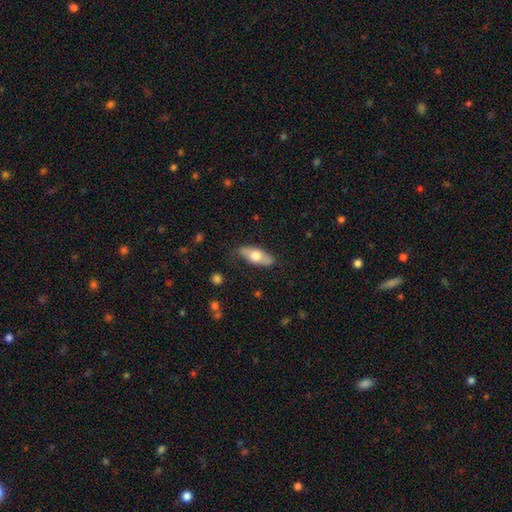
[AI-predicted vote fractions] smooth-or-featured: smooth: 62% | featured or disk: 33% | star or artifact: 6%
  how-rounded: in between: 78% | cigar-shaped: 19% | round: 3%
  merging: none: 79% | minor disturbance: 16% | major disturbance: 4% | merger: 1%